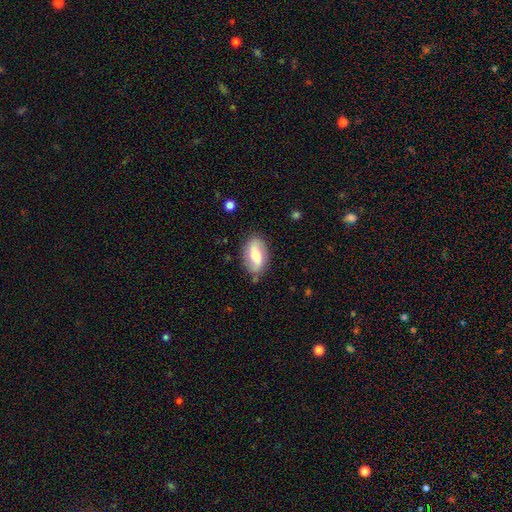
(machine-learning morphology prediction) Q: Smooth or featured?
A: smooth (51%); runner-up: featured or disk (42%)
Q: How rounded?
A: in between (88%); runner-up: round (7%)
Q: Merging?
A: none (80%); runner-up: minor disturbance (14%)